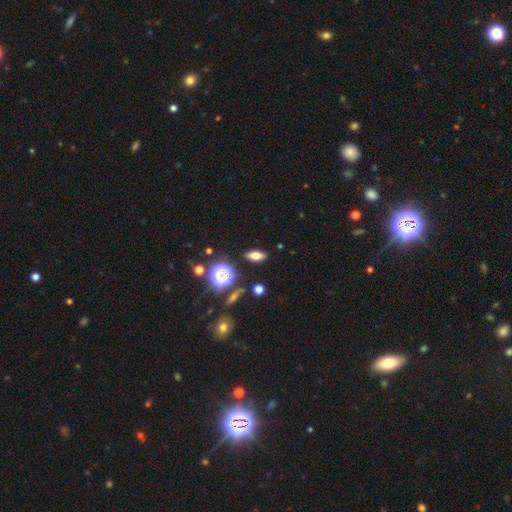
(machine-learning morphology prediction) This is likely a smooth galaxy (62%). How rounded: likely in between (66%). Merging: clearly none (89%).